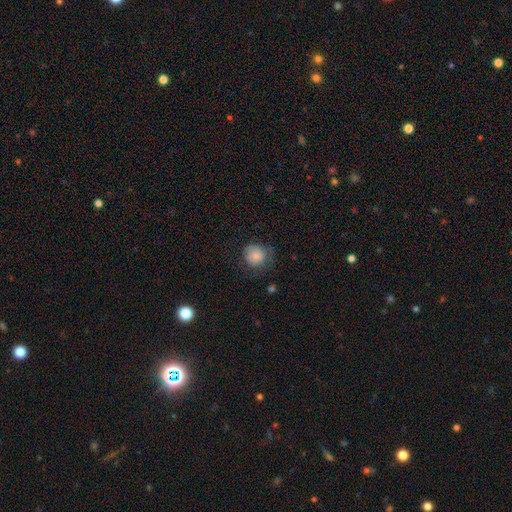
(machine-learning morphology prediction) type=smooth (83%); roundness=round (86%); merging=none (59%).